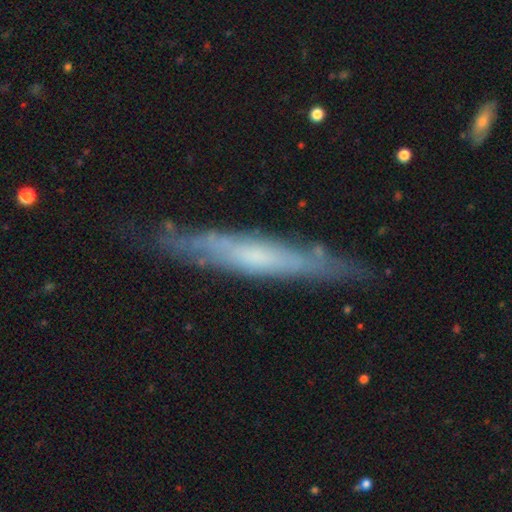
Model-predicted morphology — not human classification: A featured or disk galaxy (65%) viewed edge-on (76%). Merging: none (78%).